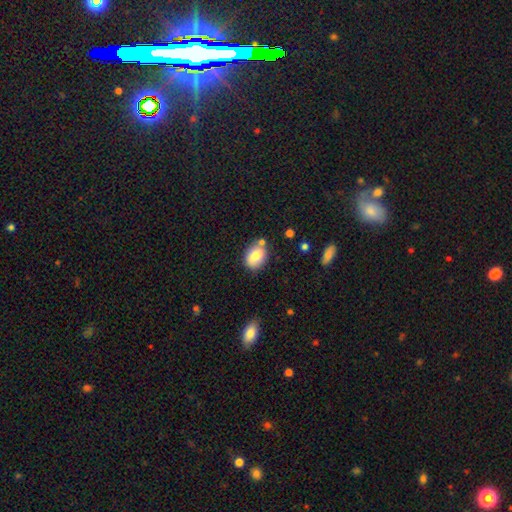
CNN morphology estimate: smooth_or_featured: smooth (p=0.74) [alt: featured or disk p=0.18]
how_rounded: in between (p=0.75) [alt: round p=0.23]
merging: none (p=0.69) [alt: minor disturbance p=0.16]